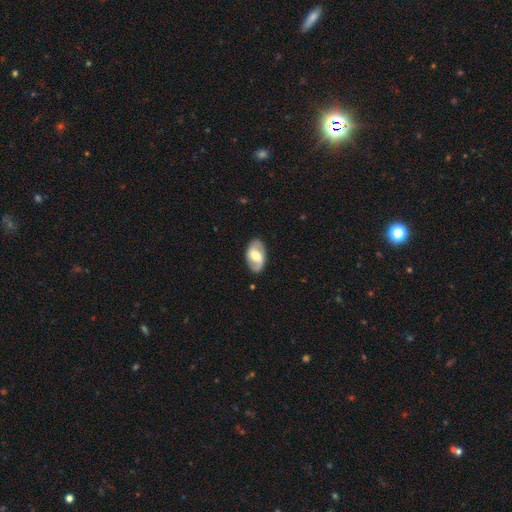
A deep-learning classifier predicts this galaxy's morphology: Q: Smooth or featured?
A: featured or disk (62%); runner-up: smooth (32%)
Q: Edge-on disk?
A: no (95%); runner-up: yes (5%)
Q: Bar?
A: weak (45%); runner-up: no (37%)
Q: Spiral arms?
A: yes (82%); runner-up: no (18%)
Q: Bulge size?
A: moderate (52%); runner-up: large (26%)
Q: Merging?
A: none (82%); runner-up: minor disturbance (13%)